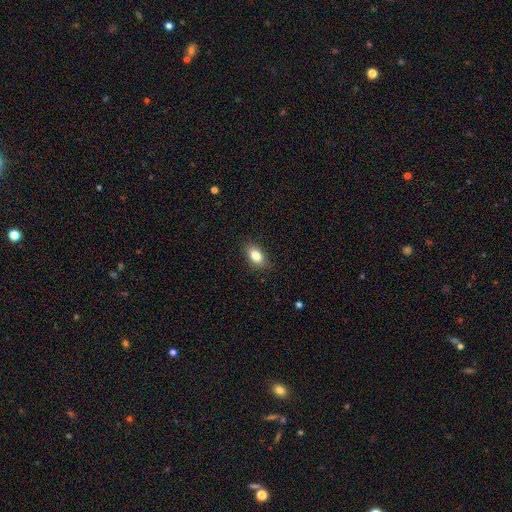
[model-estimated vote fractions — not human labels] The model was most divided on "smooth or featured": smooth: 84%, star or artifact: 8%, featured or disk: 8%. More confident: how rounded — in between (88%); merging — none (86%).